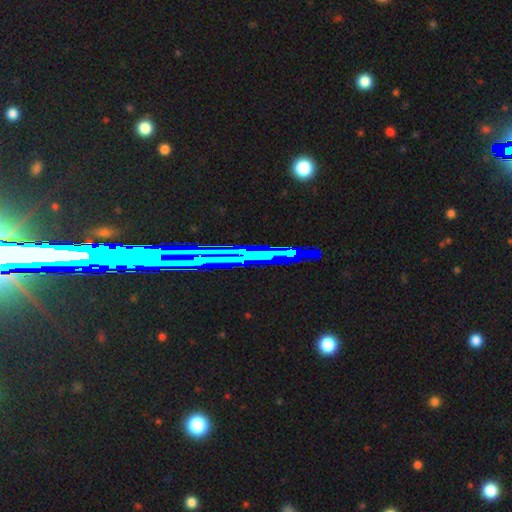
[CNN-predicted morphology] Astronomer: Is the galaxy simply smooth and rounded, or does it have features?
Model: star or artifact — 60%.